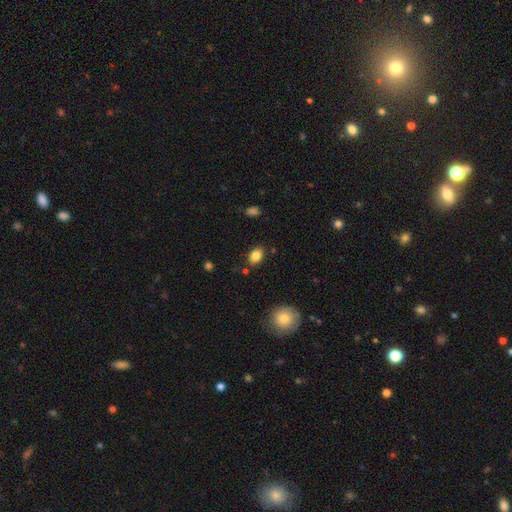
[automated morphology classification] This is clearly a smooth galaxy (84%). How rounded: clearly in between (81%). Merging: clearly none (82%).